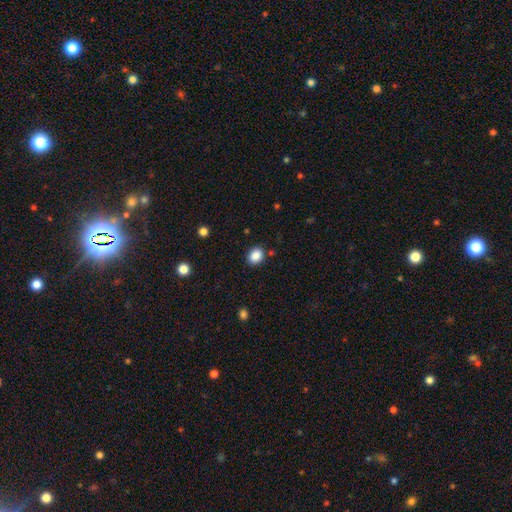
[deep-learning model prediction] smooth 86%, star or artifact 10%, featured or disk 4%. Down the decision tree: how rounded — round (62%); merging — none (86%).